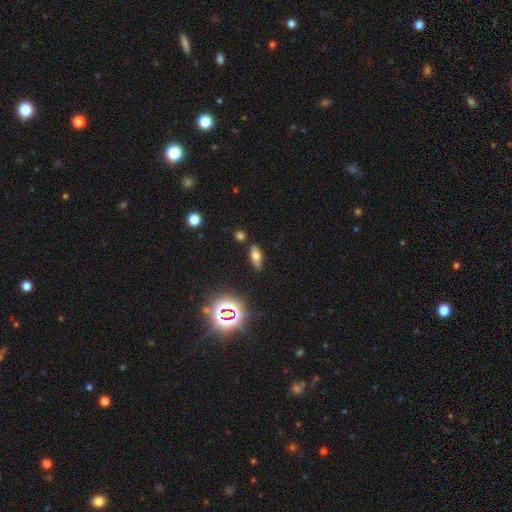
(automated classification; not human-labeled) This is likely a smooth galaxy (62%). How rounded: likely in between (77%). Merging: clearly none (82%).